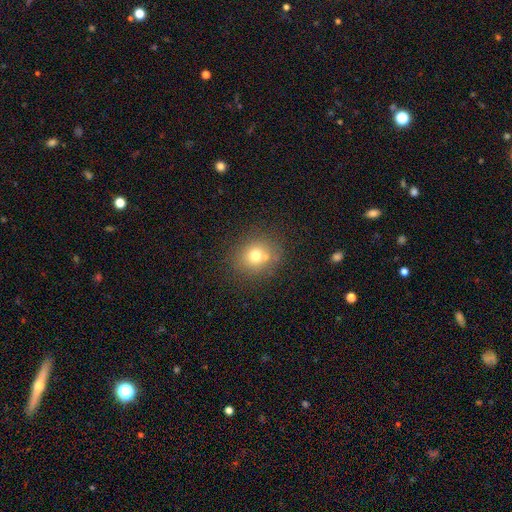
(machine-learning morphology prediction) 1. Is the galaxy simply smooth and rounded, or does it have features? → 71% smooth, 16% star or artifact, 13% featured or disk.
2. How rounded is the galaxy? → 76% round, 23% in between, 1% cigar-shaped.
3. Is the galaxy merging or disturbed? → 74% none, 12% minor disturbance, 9% merger, 5% major disturbance.